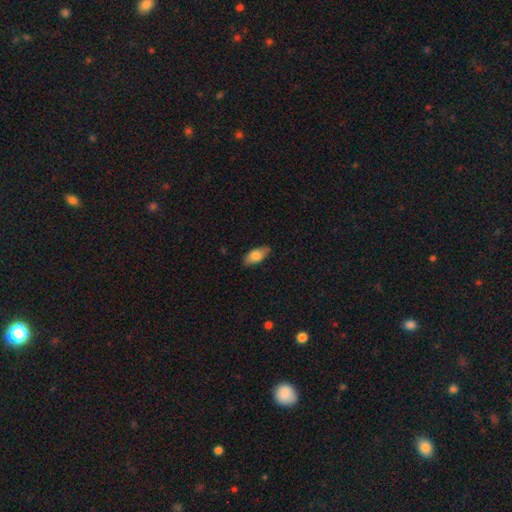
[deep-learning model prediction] Smooth or featured?
  - smooth: 77% *
  - featured or disk: 16%
  - star or artifact: 6%
How rounded?
  - in between: 88% *
  - cigar-shaped: 9%
  - round: 3%
Merging?
  - none: 81% *
  - minor disturbance: 15%
  - major disturbance: 3%
  - merger: 1%